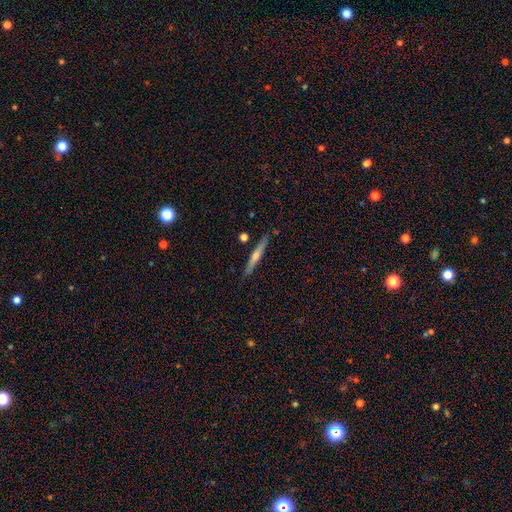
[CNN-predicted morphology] type=featured or disk (63%); edge-on=yes (97%); edge-on bulge=rounded (81%); merging=none (89%).